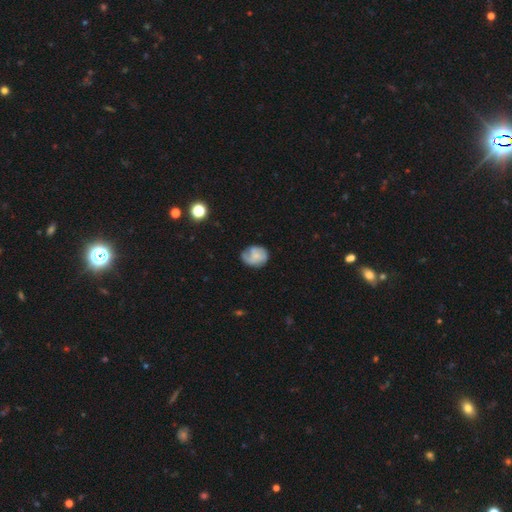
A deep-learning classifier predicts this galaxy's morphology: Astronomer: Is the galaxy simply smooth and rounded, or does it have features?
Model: smooth — 52% (runner-up: featured or disk, 39%).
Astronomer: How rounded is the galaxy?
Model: round — 59% (runner-up: in between, 40%).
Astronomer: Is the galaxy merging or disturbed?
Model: none — 57%.